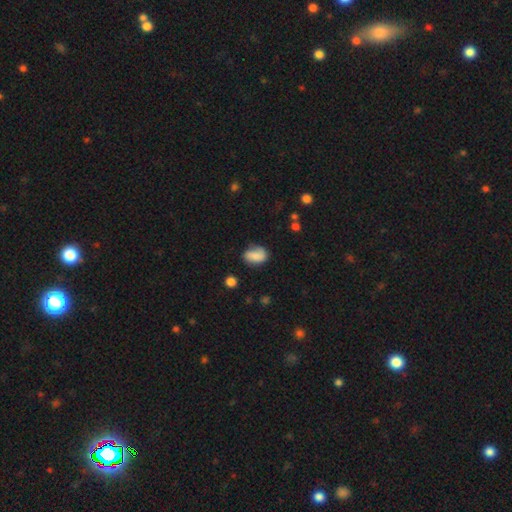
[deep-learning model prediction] smooth_or_featured: smooth (p=0.76) [alt: featured or disk p=0.15]
how_rounded: in between (p=0.82) [alt: round p=0.16]
merging: none (p=0.60) [alt: minor disturbance p=0.28]